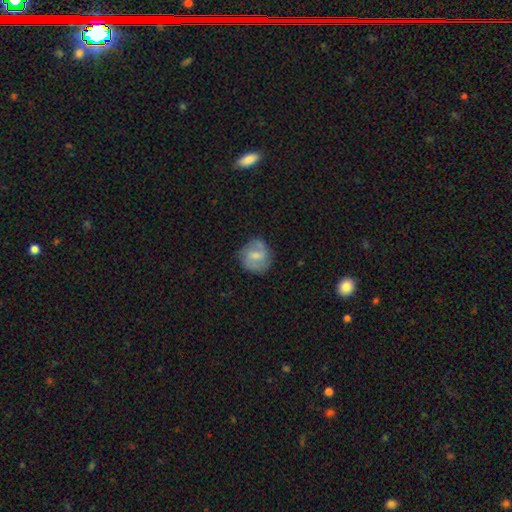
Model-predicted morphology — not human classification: Smooth or featured? smooth (47%)
Merging? none (74%)